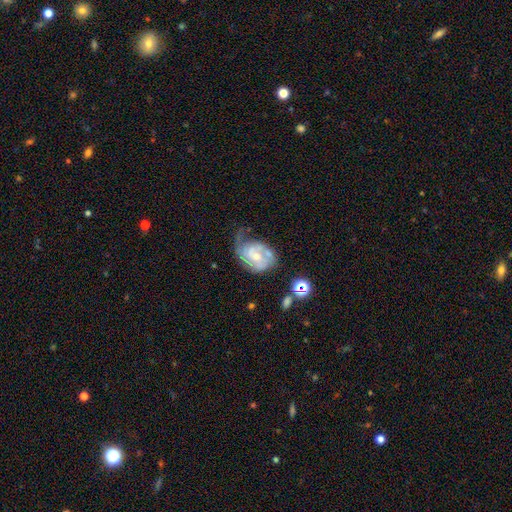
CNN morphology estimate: Overall: featured or disk (76%). Edge-on disk: no (97%). Bar: no (59%; weak 35%). Spiral arms: yes (88%). Spiral arm count: 2 (45%; can't tell 25%). Spiral winding: tight (46%; medium 38%). Bulge size: small (50%; moderate 41%). Merging: none (35%; minor disturbance 31%).